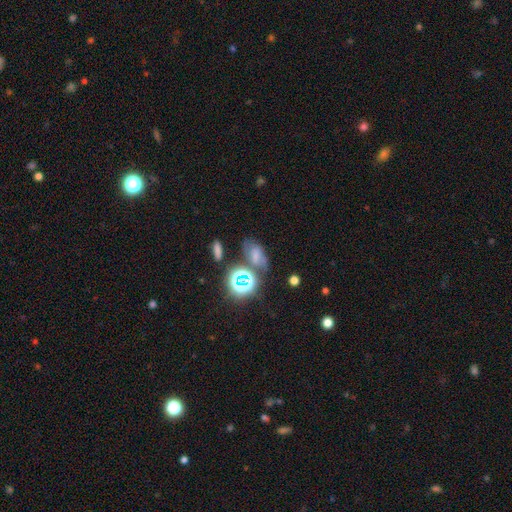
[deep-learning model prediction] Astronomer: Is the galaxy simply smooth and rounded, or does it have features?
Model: smooth — 45% (runner-up: star or artifact, 29%).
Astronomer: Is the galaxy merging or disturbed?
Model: none — 53%.